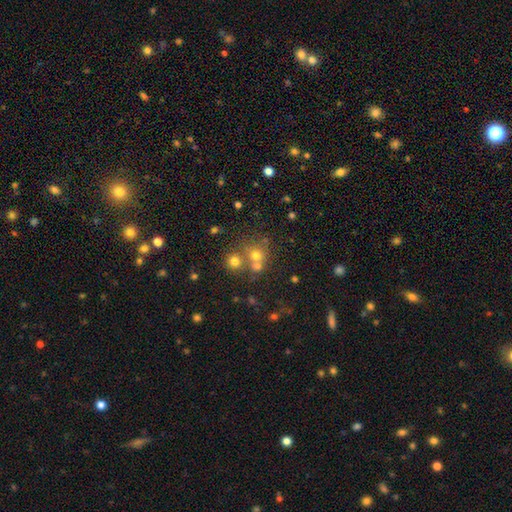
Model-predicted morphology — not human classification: smooth_or_featured: smooth (p=0.61) [alt: star or artifact p=0.25]
how_rounded: round (p=0.85) [alt: in between p=0.14]
merging: none (p=0.52) [alt: merger p=0.37]